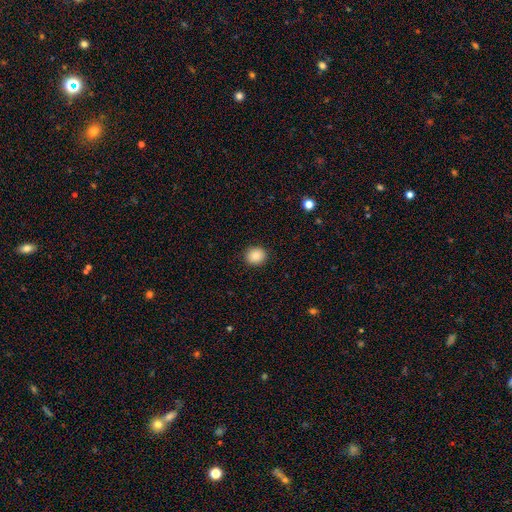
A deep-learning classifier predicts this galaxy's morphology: A smooth galaxy with no disk features (88%) that is round (75%).

Vote fractions:
- Smooth or featured? smooth: 88% / star or artifact: 9% / featured or disk: 3%
- How rounded? round: 75% / in between: 24% / cigar-shaped: 1%
- Merging? none: 91% / minor disturbance: 6% / major disturbance: 2% / merger: 1%